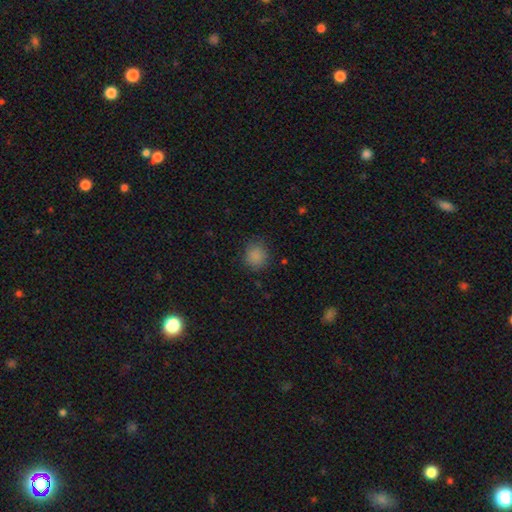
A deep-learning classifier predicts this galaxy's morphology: A smooth galaxy with no disk features (85%) that is round (82%).

Vote fractions:
- Smooth or featured? smooth: 85% / star or artifact: 11% / featured or disk: 4%
- How rounded? round: 82% / in between: 17% / cigar-shaped: 1%
- Merging? none: 84% / minor disturbance: 11% / major disturbance: 4% / merger: 1%